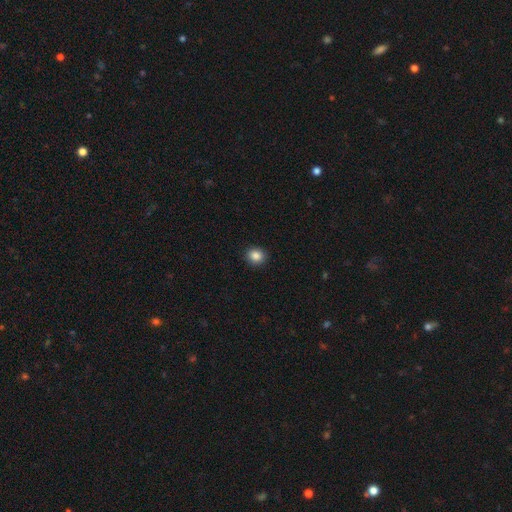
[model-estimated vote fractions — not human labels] Smooth or featured? smooth (86%)
How rounded? round (80%)
Merging? none (91%)